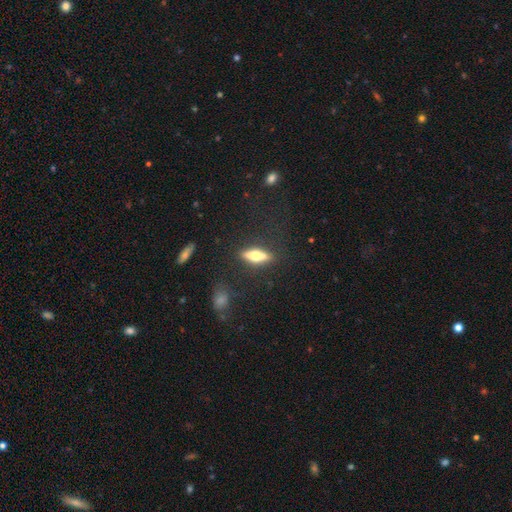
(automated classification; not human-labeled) Smooth or featured?
  - smooth: 47% *
  - featured or disk: 45%
  - star or artifact: 7%
Merging?
  - none: 83% *
  - minor disturbance: 11%
  - major disturbance: 4%
  - merger: 3%